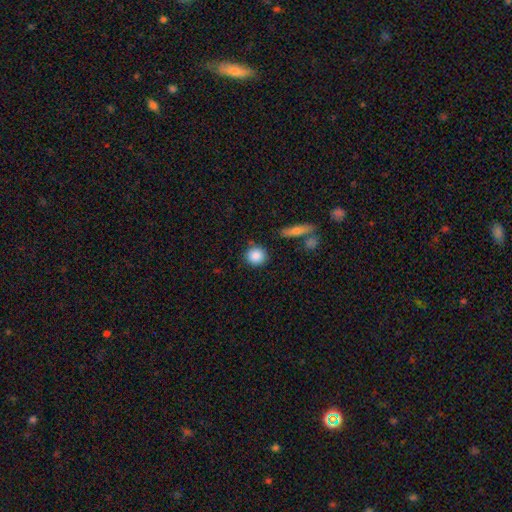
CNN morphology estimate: smooth 87%, star or artifact 8%, featured or disk 5%. Down the decision tree: how rounded — round (88%); merging — none (84%).